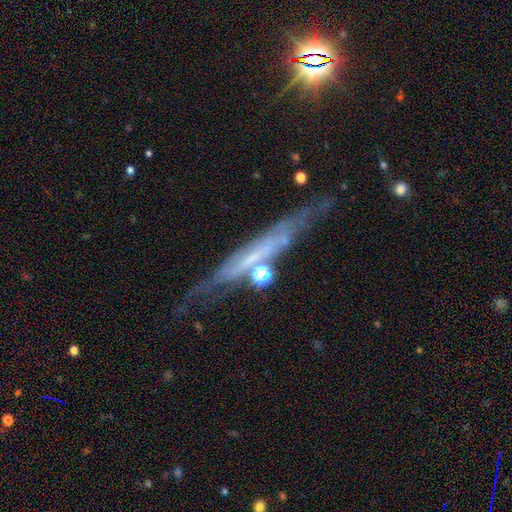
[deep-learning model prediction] Morphology: type=featured or disk (64%); edge-on=yes (82%); edge-on bulge=none (74%); merging=none (65%).